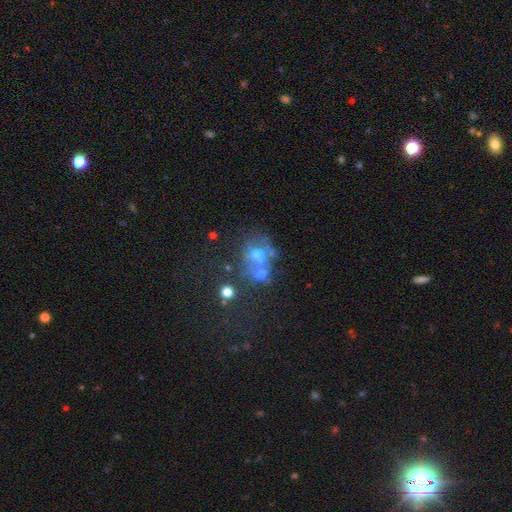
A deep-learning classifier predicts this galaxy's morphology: Smooth or featured? Predicted: featured or disk (p=0.49). Merging? Predicted: none (p=0.32).